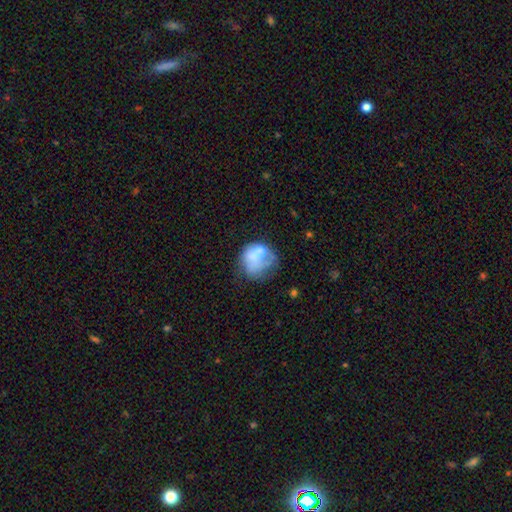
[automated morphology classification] smooth 59%, featured or disk 31%, star or artifact 10%. Down the decision tree: how rounded — round (64%); merging — major disturbance (32%, tied with none).